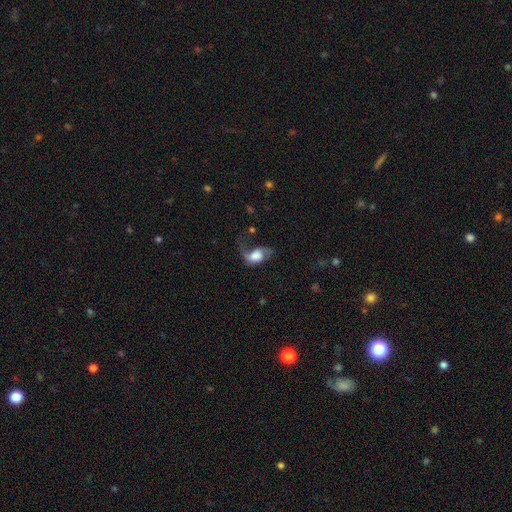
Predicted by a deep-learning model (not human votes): Smooth or featured?
  - featured or disk: 48% *
  - smooth: 43%
  - star or artifact: 9%
Merging?
  - major disturbance: 48% *
  - none: 27%
  - minor disturbance: 20%
  - merger: 6%